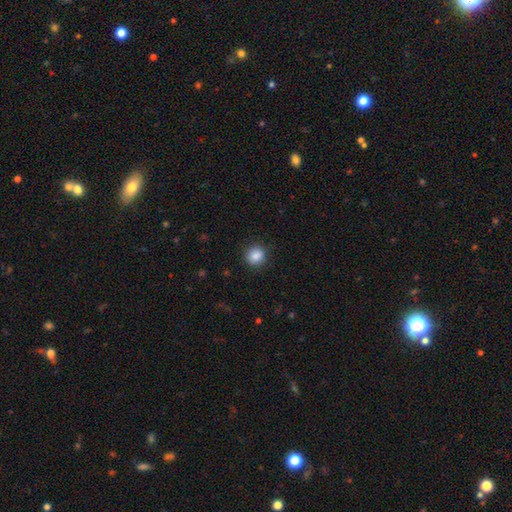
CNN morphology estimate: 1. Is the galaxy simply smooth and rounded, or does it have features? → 88% smooth, 9% star or artifact, 3% featured or disk.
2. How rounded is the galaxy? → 86% round, 13% in between, 1% cigar-shaped.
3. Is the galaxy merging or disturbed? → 89% none, 7% minor disturbance, 3% major disturbance, 1% merger.